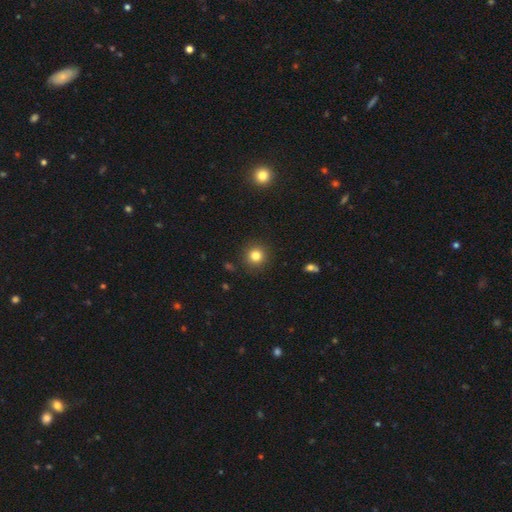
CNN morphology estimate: This appears to be a smooth galaxy with no disk features (82%) that is round (93%). Merging: none (91%).